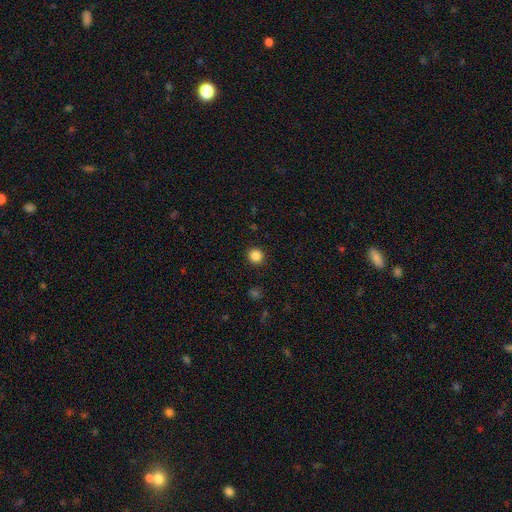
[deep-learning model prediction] Smooth or featured? smooth (85%)
How rounded? round (93%)
Merging? none (92%)